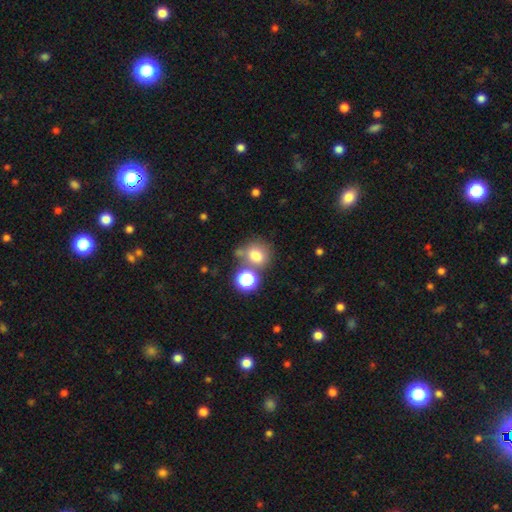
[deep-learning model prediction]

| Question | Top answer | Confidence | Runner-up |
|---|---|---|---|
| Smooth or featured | smooth | 75% | star or artifact (14%) |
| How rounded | round | 70% | in between (29%) |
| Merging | none | 56% | merger (24%) |